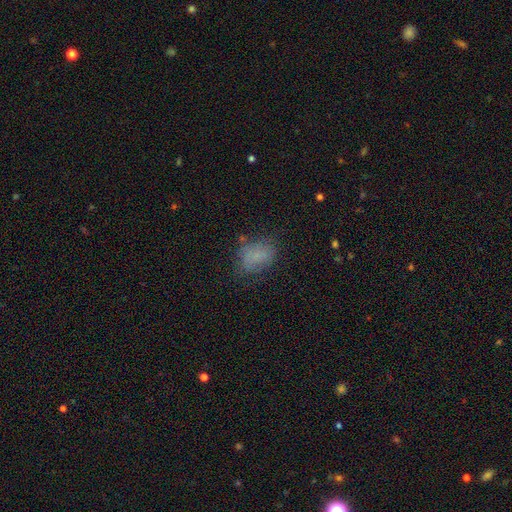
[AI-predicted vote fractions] smooth 72%, featured or disk 15%, star or artifact 14%. Down the decision tree: how rounded — in between (74%); merging — none (61%).